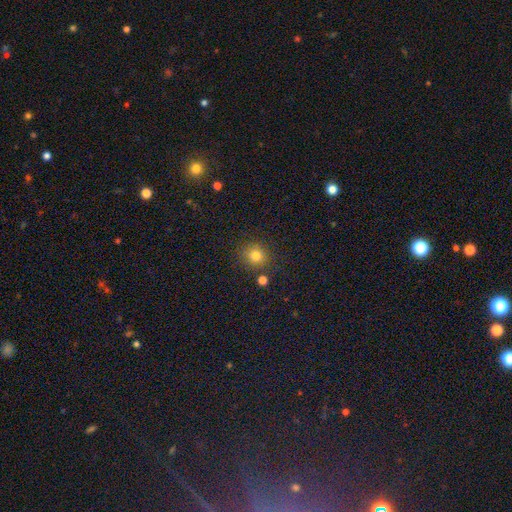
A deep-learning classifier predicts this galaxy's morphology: Q: Smooth or featured?
A: smooth (79%); runner-up: star or artifact (15%)
Q: How rounded?
A: round (88%); runner-up: in between (11%)
Q: Merging?
A: none (81%); runner-up: minor disturbance (10%)